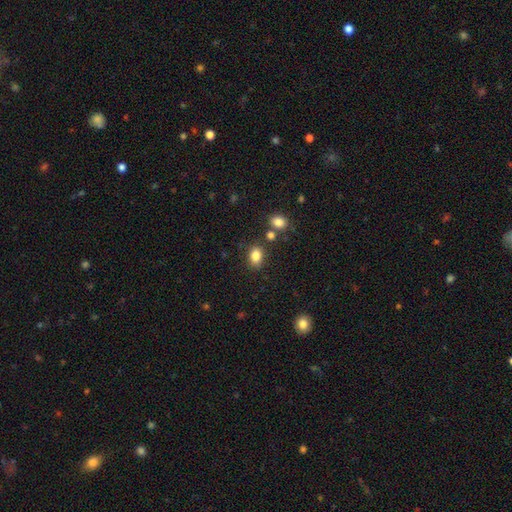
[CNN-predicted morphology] type=smooth (84%); roundness=in between (72%); merging=none (79%).